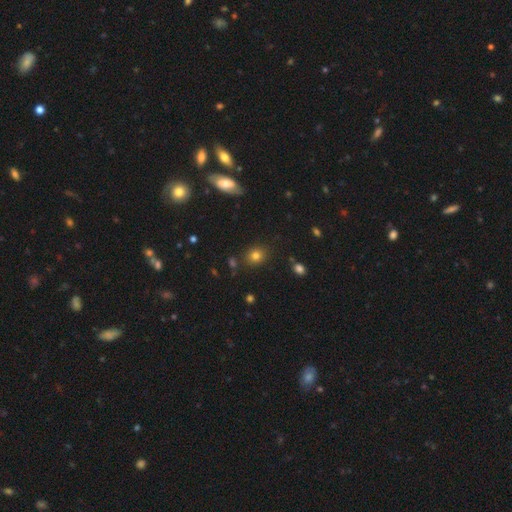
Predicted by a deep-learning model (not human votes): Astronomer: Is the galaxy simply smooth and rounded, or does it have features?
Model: smooth — 78%.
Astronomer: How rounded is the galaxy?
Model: round — 70%.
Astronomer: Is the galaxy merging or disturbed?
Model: none — 84%.